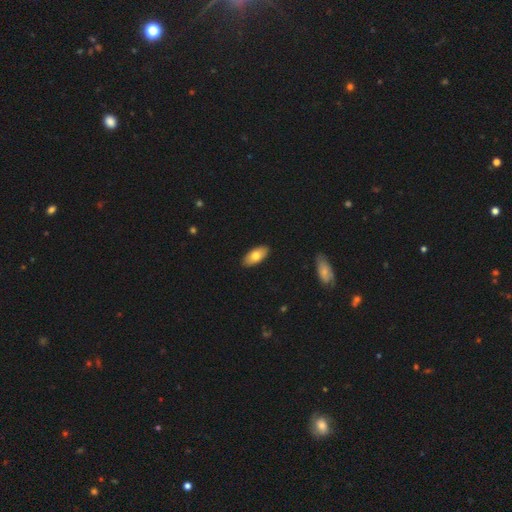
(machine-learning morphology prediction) Smooth or featured? Predicted: smooth (p=0.76). How rounded? Predicted: in between (p=0.91). Merging? Predicted: none (p=0.89).